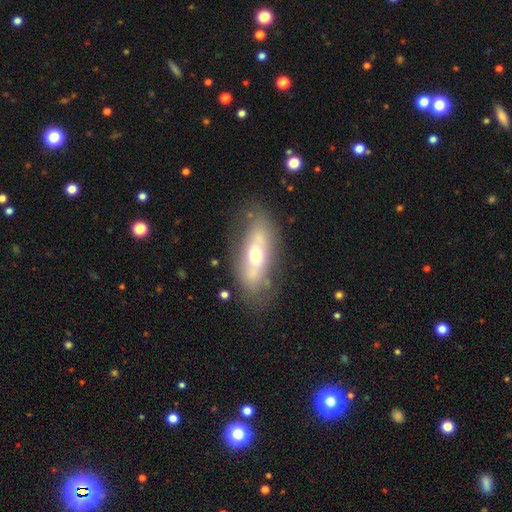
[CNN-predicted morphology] featured or disk 48%, smooth 44%, star or artifact 7%. Down the decision tree: merging — none (70%).